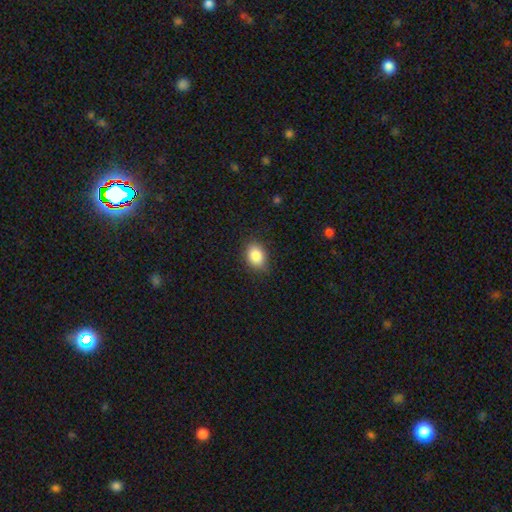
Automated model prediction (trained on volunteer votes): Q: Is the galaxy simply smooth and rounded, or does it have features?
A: smooth — 86%.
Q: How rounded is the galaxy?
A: in between — 68%.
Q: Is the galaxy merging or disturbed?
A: none — 84%.